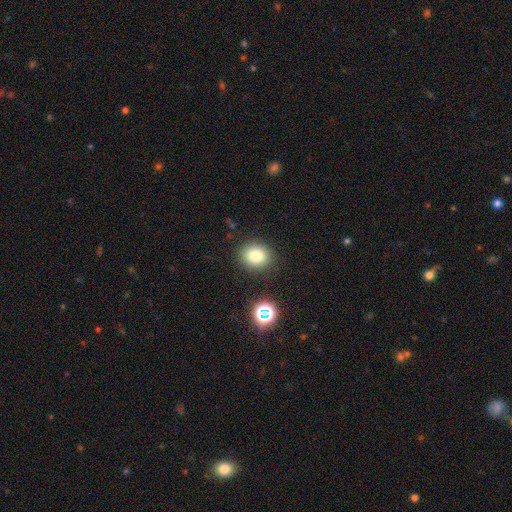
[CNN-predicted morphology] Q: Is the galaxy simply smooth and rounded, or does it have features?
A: smooth — 79%.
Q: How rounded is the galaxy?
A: round — 75%.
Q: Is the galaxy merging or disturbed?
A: none — 87%.